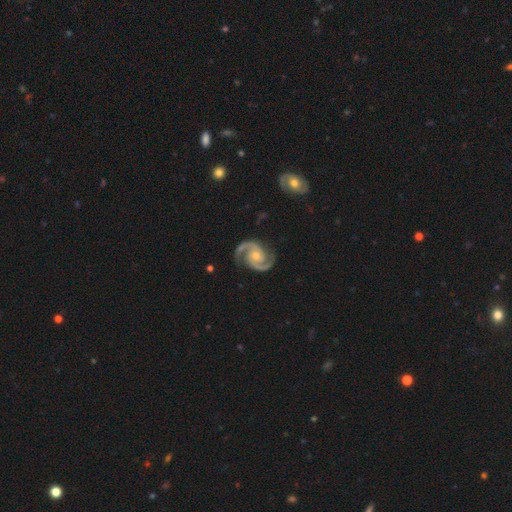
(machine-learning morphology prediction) smooth_or_featured: featured or disk (p=0.94) [alt: star or artifact p=0.03]
disk_edge_on: no (p=0.98) [alt: yes p=0.02]
bar: no (p=0.67) [alt: weak p=0.26]
has_spiral_arms: yes (p=0.99) [alt: no p=0.01]
spiral_winding: medium (p=0.61) [alt: tight p=0.29]
spiral_arm_count: 2 (p=0.94) [alt: 3 p=0.02]
bulge_size: small (p=0.49) [alt: moderate p=0.46]
merging: none (p=0.82) [alt: minor disturbance p=0.13]